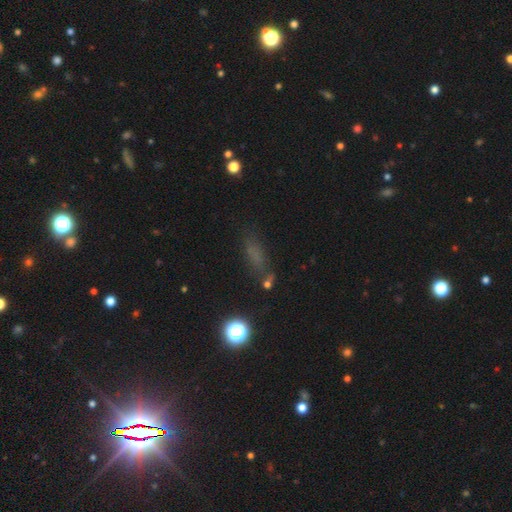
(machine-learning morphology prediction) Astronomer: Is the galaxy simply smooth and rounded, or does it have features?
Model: smooth — 51% (runner-up: star or artifact, 33%).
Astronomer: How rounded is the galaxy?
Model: cigar-shaped — 45% (runner-up: in between, 44%).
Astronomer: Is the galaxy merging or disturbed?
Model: none — 67%.